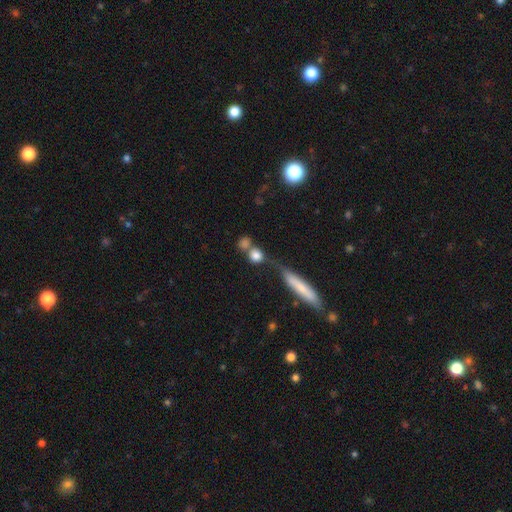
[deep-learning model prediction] smooth-or-featured: smooth: 79% | star or artifact: 10% | featured or disk: 10%
  how-rounded: round: 77% | in between: 16% | cigar-shaped: 7%
  merging: none: 50% | merger: 34% | minor disturbance: 10% | major disturbance: 6%